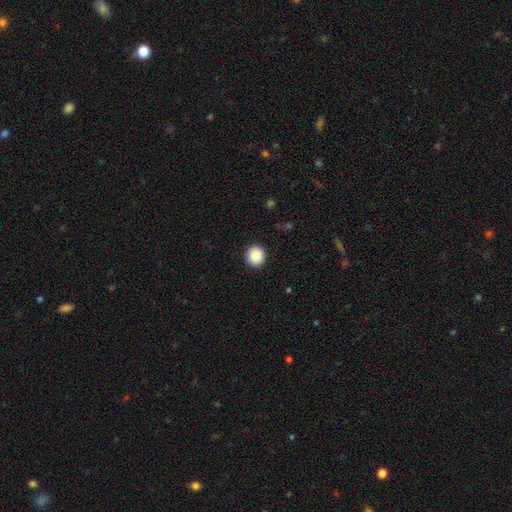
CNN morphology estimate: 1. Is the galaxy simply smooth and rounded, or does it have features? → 89% smooth, 8% star or artifact, 3% featured or disk.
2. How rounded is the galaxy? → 91% round, 8% in between, 1% cigar-shaped.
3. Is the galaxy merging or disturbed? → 91% none, 6% minor disturbance, 2% major disturbance, 1% merger.